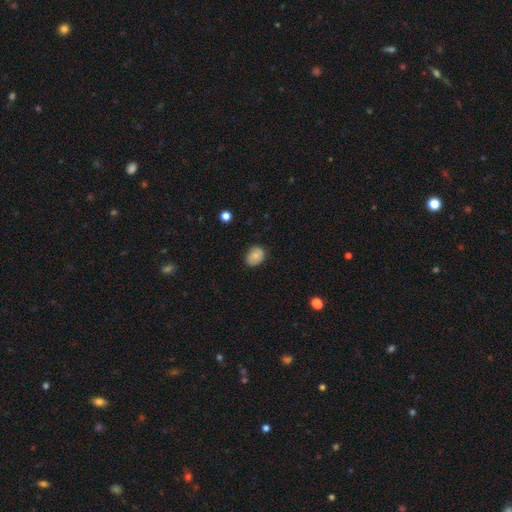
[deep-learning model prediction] Smooth or featured: smooth — 74% (featured or disk — 18%)
How rounded: in between — 52% (round — 47%)
Merging: none — 75% (minor disturbance — 20%)